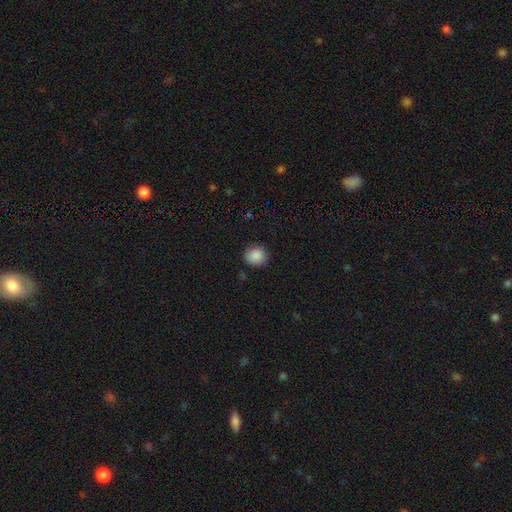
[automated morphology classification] smooth_or_featured: smooth (p=0.88) [alt: star or artifact p=0.09]
how_rounded: round (p=0.83) [alt: in between p=0.16]
merging: none (p=0.87) [alt: minor disturbance p=0.09]